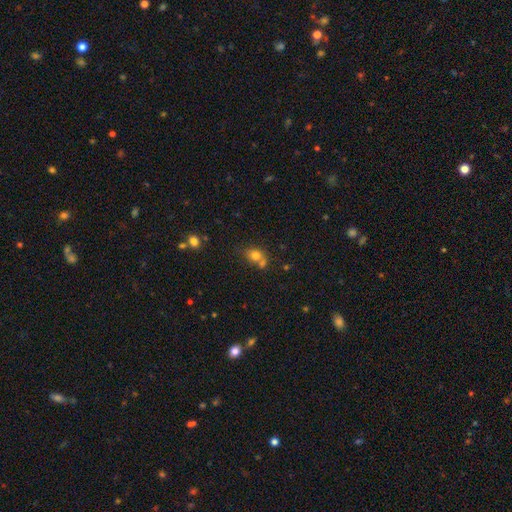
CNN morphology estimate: smooth_or_featured: smooth (p=0.75) [alt: star or artifact p=0.13]
how_rounded: round (p=0.61) [alt: in between p=0.38]
merging: none (p=0.43) [alt: merger p=0.38]